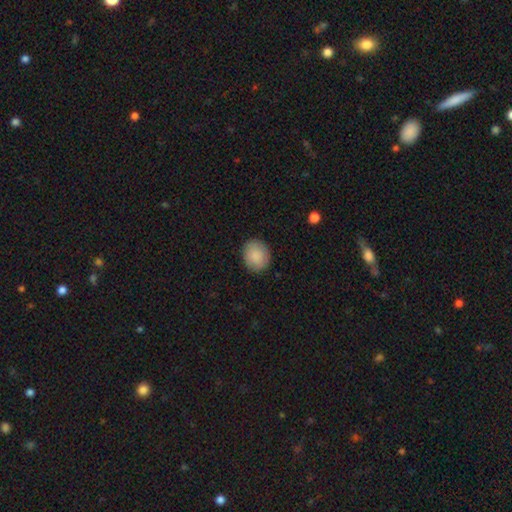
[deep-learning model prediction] smooth-or-featured: smooth: 88% | star or artifact: 7% | featured or disk: 6%
  how-rounded: round: 61% | in between: 38% | cigar-shaped: 1%
  merging: none: 86% | minor disturbance: 10% | major disturbance: 2% | merger: 1%